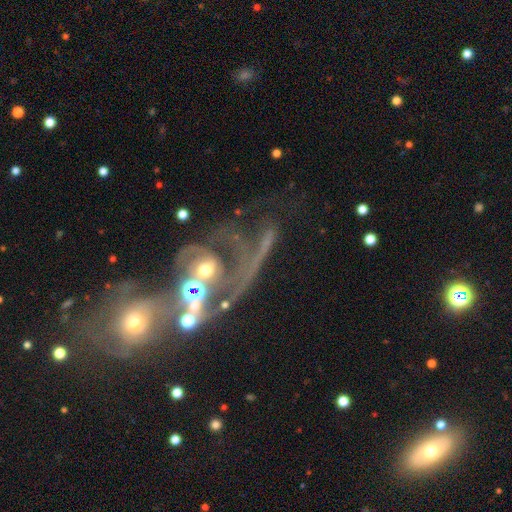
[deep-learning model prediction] This appears to be a featured or disk galaxy (62%) with no bar (72%), spiral arms (64%) and a small central bulge (36%). Merging: merger (38%).